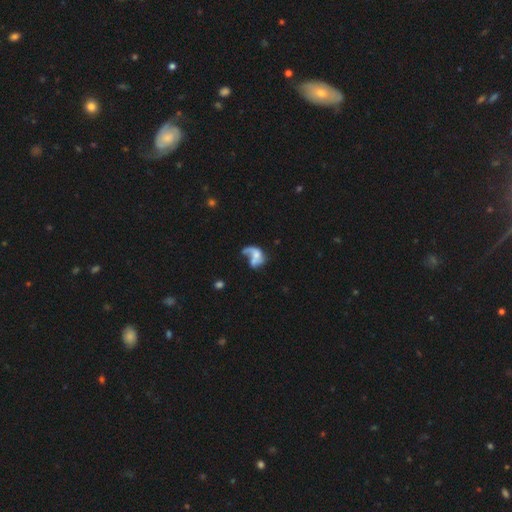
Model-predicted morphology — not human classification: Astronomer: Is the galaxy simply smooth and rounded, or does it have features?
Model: featured or disk — 54% (runner-up: smooth, 36%).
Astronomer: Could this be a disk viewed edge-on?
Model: no — 97%.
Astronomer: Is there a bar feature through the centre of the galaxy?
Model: no — 76%.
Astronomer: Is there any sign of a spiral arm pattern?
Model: yes — 53% (runner-up: no, 47%).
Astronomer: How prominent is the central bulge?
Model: none — 33% (runner-up: small, 31%).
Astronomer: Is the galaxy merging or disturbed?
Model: major disturbance — 37% (runner-up: merger, 29%).